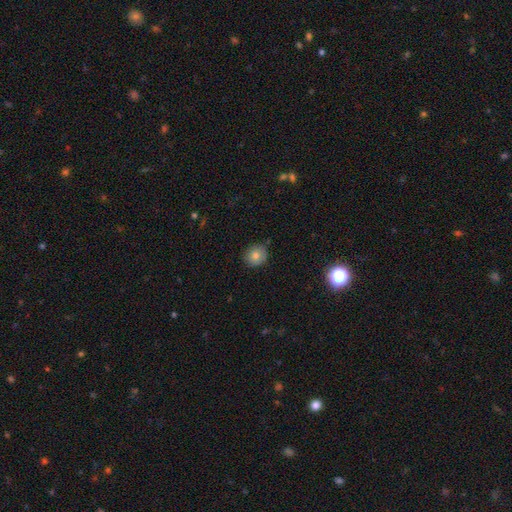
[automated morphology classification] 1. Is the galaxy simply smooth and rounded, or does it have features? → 79% smooth, 11% star or artifact, 11% featured or disk.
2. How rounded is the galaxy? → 85% round, 14% in between, 1% cigar-shaped.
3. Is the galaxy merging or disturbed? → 81% none, 15% minor disturbance, 2% major disturbance, 2% merger.